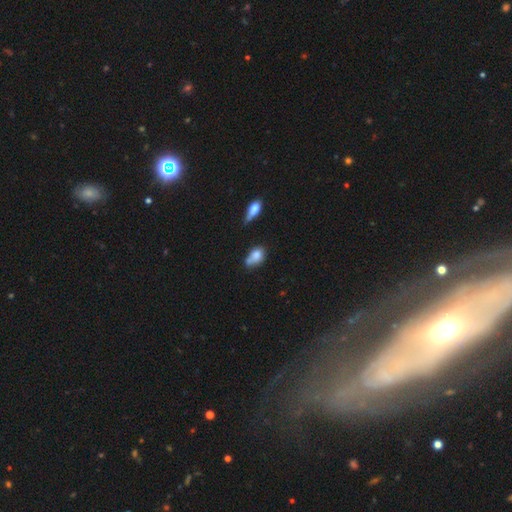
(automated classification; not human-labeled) Q: Smooth or featured?
A: smooth (76%); runner-up: featured or disk (15%)
Q: How rounded?
A: in between (74%); runner-up: round (23%)
Q: Merging?
A: none (35%); runner-up: minor disturbance (29%)